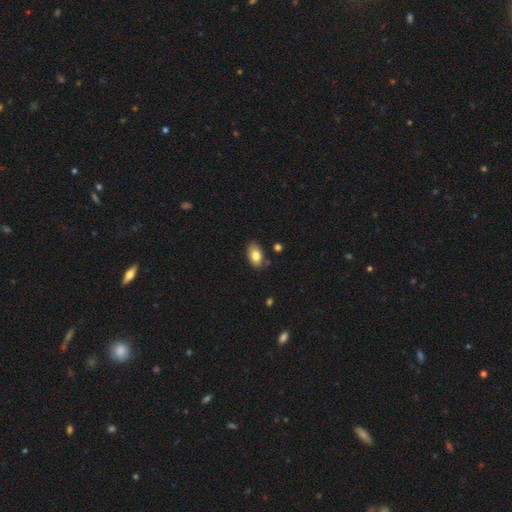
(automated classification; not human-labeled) smooth 82%, featured or disk 11%, star or artifact 8%. Down the decision tree: how rounded — in between (91%); merging — none (82%).